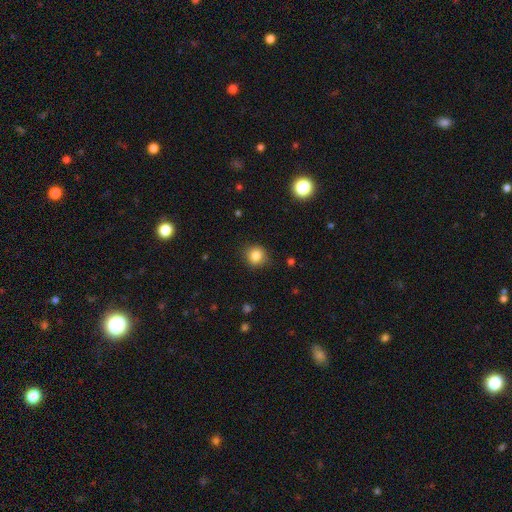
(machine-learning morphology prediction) A smooth galaxy with no disk features (84%) that is round (86%).

Vote fractions:
- Smooth or featured? smooth: 84% / star or artifact: 11% / featured or disk: 5%
- How rounded? round: 86% / in between: 13% / cigar-shaped: 1%
- Merging? none: 87% / minor disturbance: 9% / major disturbance: 2% / merger: 1%